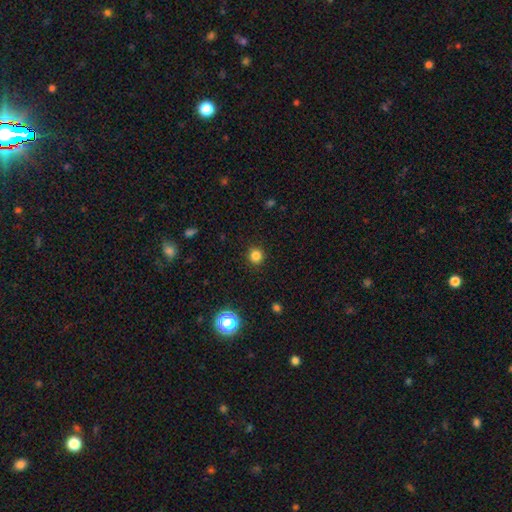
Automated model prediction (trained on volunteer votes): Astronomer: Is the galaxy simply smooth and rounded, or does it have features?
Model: smooth — 82%.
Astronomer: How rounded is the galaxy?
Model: round — 93%.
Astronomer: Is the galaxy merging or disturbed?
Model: none — 92%.